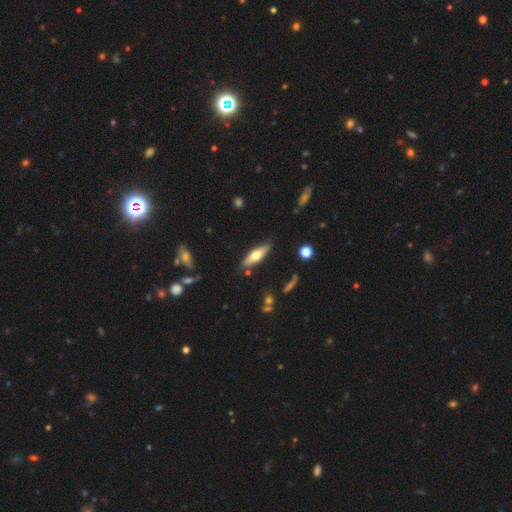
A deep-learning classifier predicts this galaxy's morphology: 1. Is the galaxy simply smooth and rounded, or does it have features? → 54% smooth, 40% featured or disk, 6% star or artifact.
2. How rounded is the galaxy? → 56% cigar-shaped, 42% in between, 2% round.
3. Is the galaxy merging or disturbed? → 82% none, 12% minor disturbance, 3% merger, 3% major disturbance.